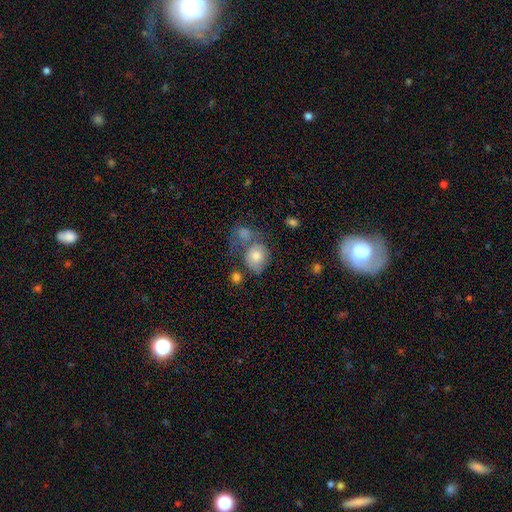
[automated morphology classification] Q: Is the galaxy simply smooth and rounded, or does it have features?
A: smooth — 70%.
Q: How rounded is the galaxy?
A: round — 65%.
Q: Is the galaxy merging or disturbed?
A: none — 39%.